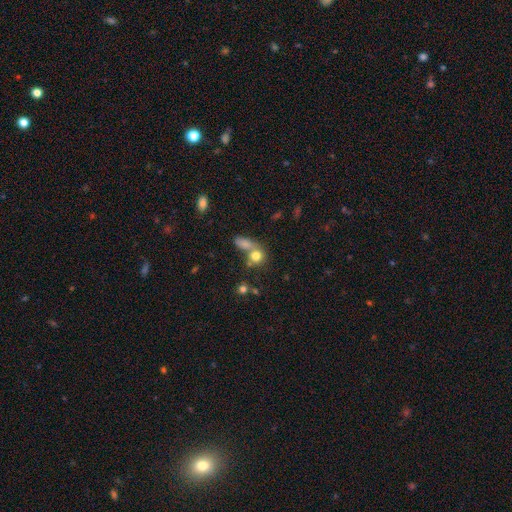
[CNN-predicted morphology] Smooth or featured?
  - smooth: 76% *
  - star or artifact: 12%
  - featured or disk: 12%
How rounded?
  - round: 74% *
  - in between: 24%
  - cigar-shaped: 2%
Merging?
  - merger: 43% *
  - none: 41%
  - minor disturbance: 10%
  - major disturbance: 6%